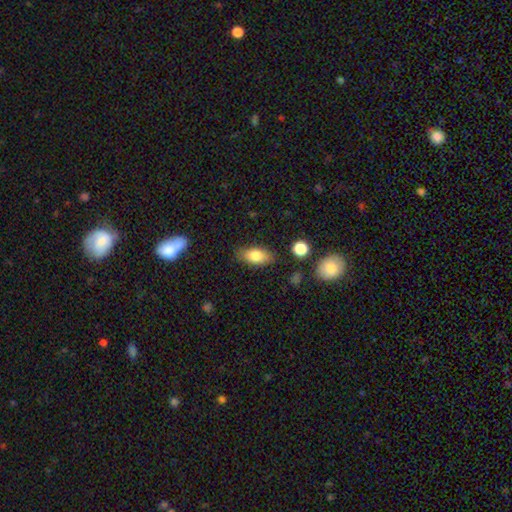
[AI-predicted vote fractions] smooth 79%, featured or disk 13%, star or artifact 8%. Down the decision tree: how rounded — in between (86%); merging — none (82%).